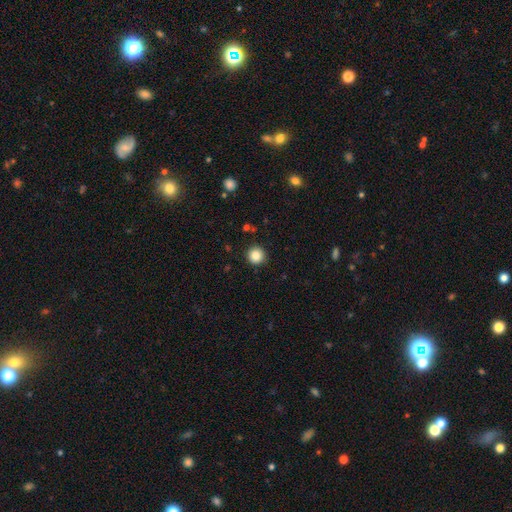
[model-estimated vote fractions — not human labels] This is clearly a smooth galaxy (86%). How rounded: clearly round (95%). Merging: clearly none (91%).